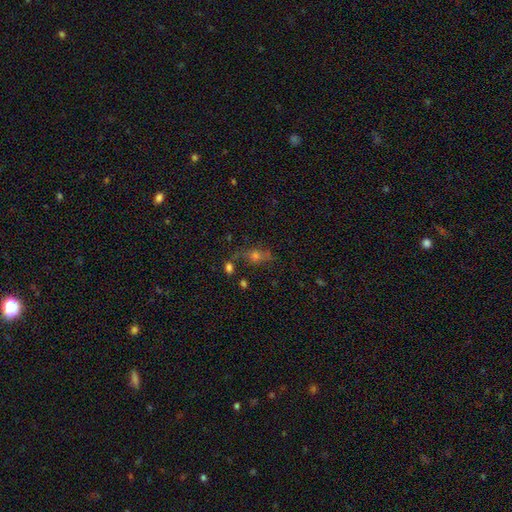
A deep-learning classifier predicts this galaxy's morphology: type=smooth (39%); merging=none (58%).